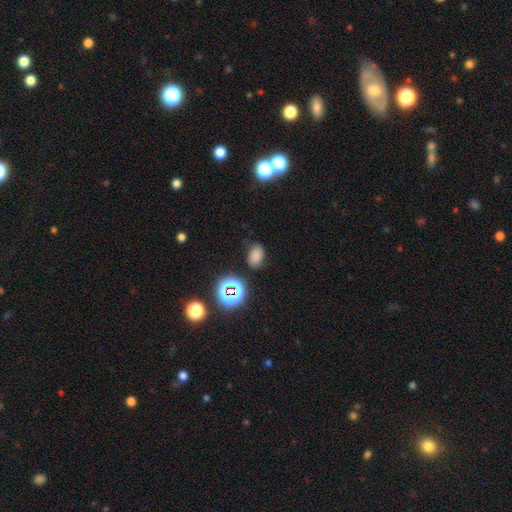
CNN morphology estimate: Smooth or featured: smooth — 74% (star or artifact — 20%)
How rounded: in between — 83% (round — 16%)
Merging: none — 79% (minor disturbance — 14%)